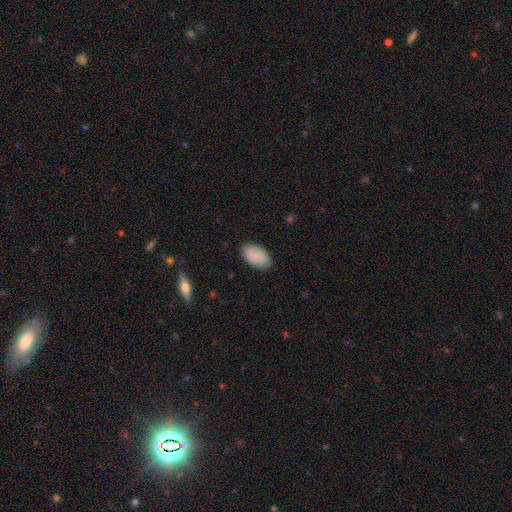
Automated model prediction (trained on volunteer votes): Smooth or featured? Predicted: smooth (p=0.89). How rounded? Predicted: in between (p=0.94). Merging? Predicted: none (p=0.88).